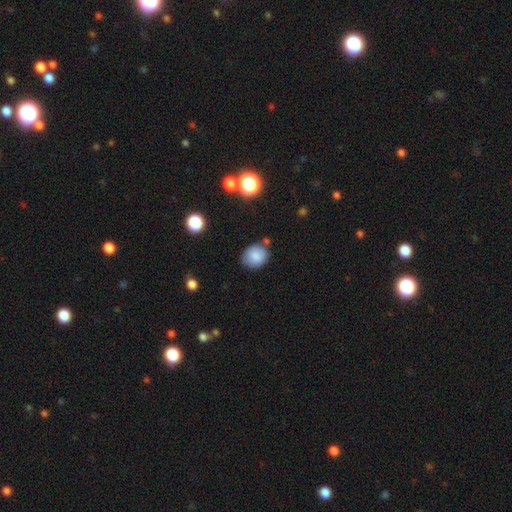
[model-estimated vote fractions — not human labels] smooth 84%, star or artifact 9%, featured or disk 7%. Down the decision tree: how rounded — round (66%); merging — none (75%).